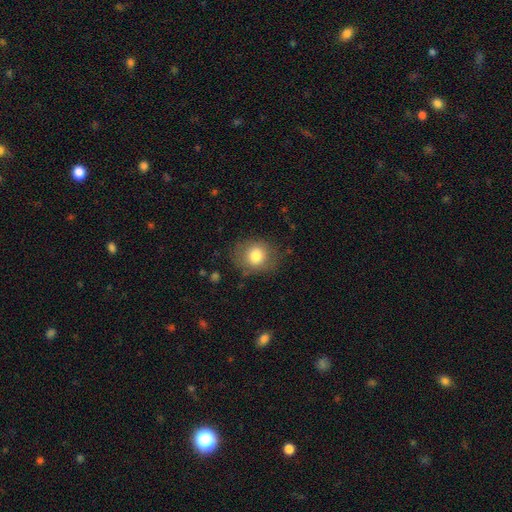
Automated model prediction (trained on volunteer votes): smooth_or_featured: smooth (p=0.79) [alt: featured or disk p=0.11]
how_rounded: round (p=0.72) [alt: in between p=0.27]
merging: none (p=0.77) [alt: minor disturbance p=0.16]